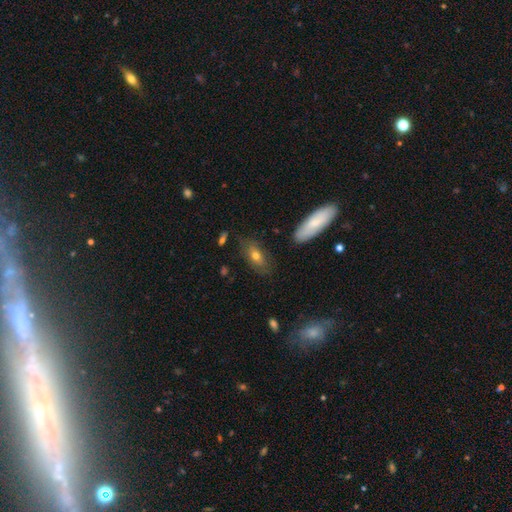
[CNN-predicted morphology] Smooth or featured? Predicted: smooth (p=0.69). How rounded? Predicted: in between (p=0.82). Merging? Predicted: none (p=0.74).